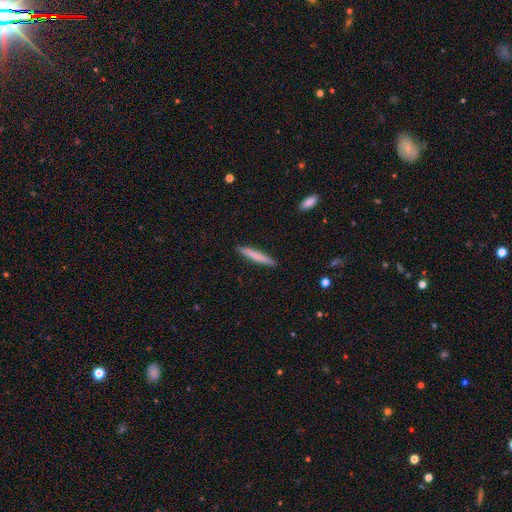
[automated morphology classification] type=smooth (73%); roundness=cigar-shaped (95%); merging=none (90%).